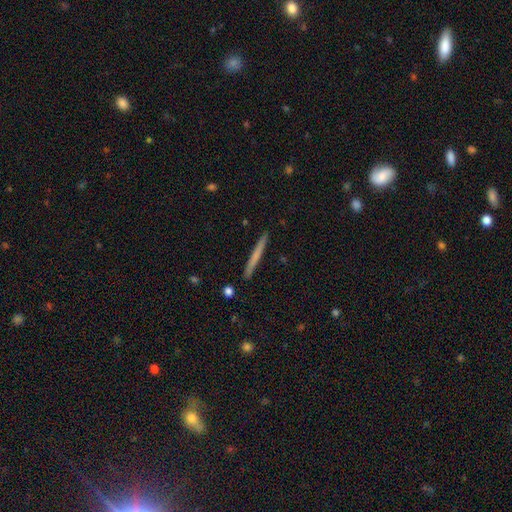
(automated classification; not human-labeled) Smooth or featured? Predicted: smooth (p=0.61). How rounded? Predicted: cigar-shaped (p=0.97). Merging? Predicted: none (p=0.92).